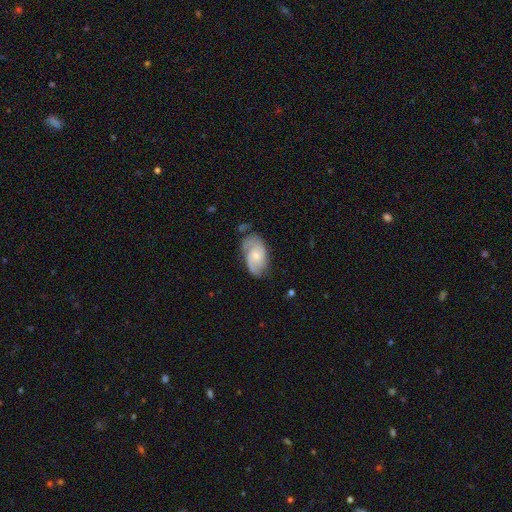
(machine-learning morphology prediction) Q: Smooth or featured?
A: featured or disk (69%); runner-up: smooth (25%)
Q: Edge-on disk?
A: no (96%); runner-up: yes (4%)
Q: Bar?
A: no (63%); runner-up: weak (33%)
Q: Spiral arms?
A: yes (92%); runner-up: no (8%)
Q: Spiral winding?
A: medium (45%); runner-up: tight (33%)
Q: Spiral arm count?
A: 2 (71%); runner-up: can't tell (14%)
Q: Bulge size?
A: small (57%); runner-up: moderate (35%)
Q: Merging?
A: none (58%); runner-up: minor disturbance (27%)